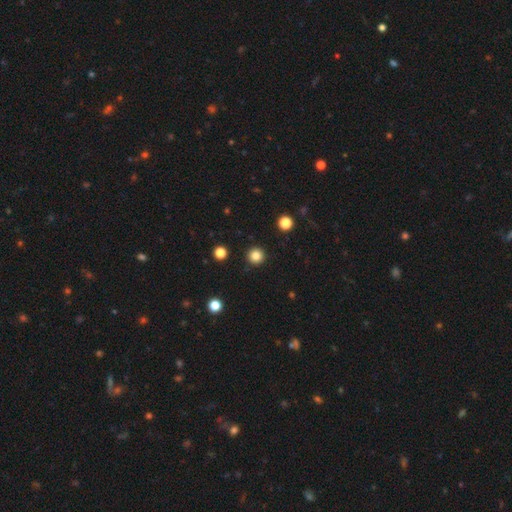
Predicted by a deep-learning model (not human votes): This is clearly a smooth galaxy (84%). How rounded: clearly round (96%). Merging: clearly none (93%).